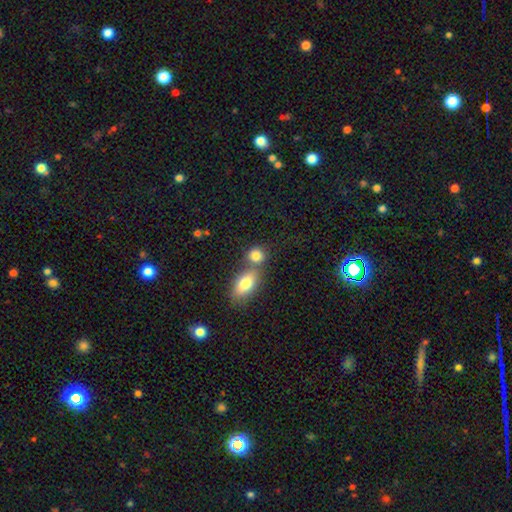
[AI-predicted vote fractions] This appears to be a smooth galaxy with no disk features (83%) that is round (61%). Merging: none (46%).